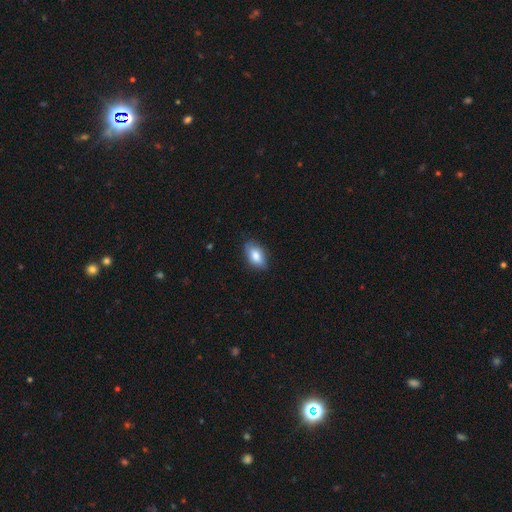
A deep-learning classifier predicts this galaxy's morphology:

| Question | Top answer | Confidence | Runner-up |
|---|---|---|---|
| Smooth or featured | smooth | 81% | featured or disk (12%) |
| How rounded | in between | 91% | round (6%) |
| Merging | none | 82% | minor disturbance (14%) |